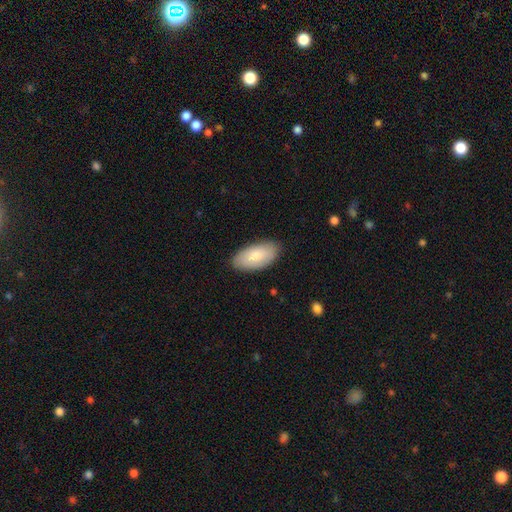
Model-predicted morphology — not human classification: Smooth or featured: smooth — 78% (featured or disk — 17%)
How rounded: in between — 94% (cigar-shaped — 4%)
Merging: none — 86% (minor disturbance — 11%)